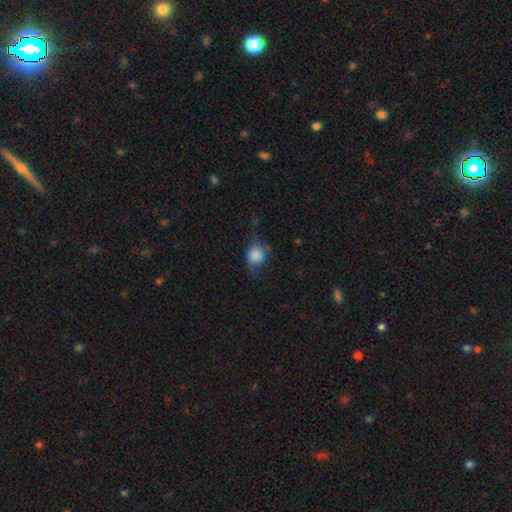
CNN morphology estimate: The model was most divided on "merging": none: 47%, minor disturbance: 32%, major disturbance: 18%, merger: 3%. More confident: smooth or featured — smooth (77%); how rounded — round (57%).